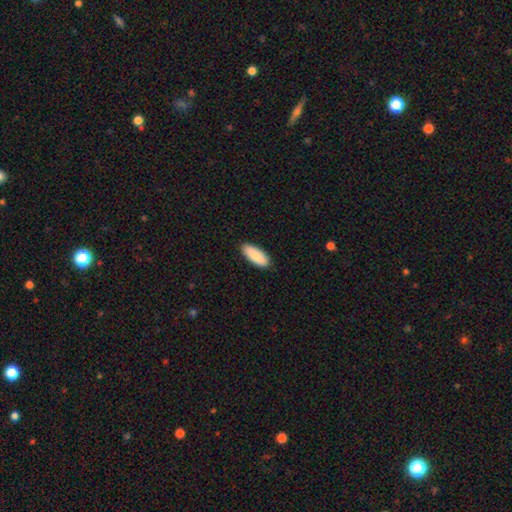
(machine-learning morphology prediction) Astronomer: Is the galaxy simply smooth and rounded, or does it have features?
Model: smooth — 86%.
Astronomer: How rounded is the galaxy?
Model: in between — 79%.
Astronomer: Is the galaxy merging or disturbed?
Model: none — 89%.